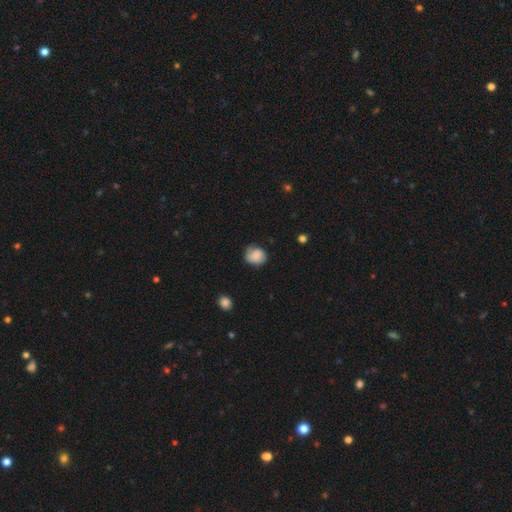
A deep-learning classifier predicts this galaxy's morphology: Overall: smooth (76%). How rounded: round (71%). Merging: none (63%; minor disturbance 27%).